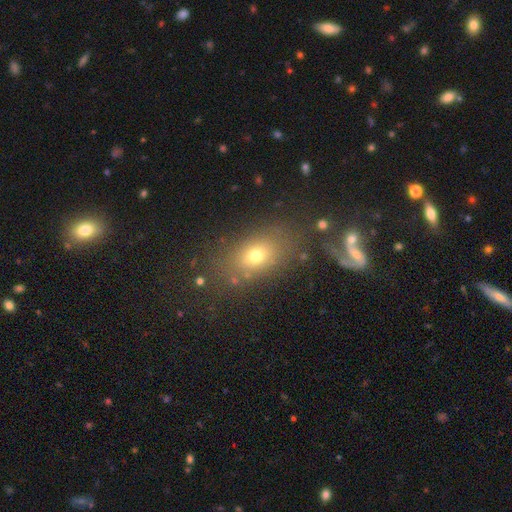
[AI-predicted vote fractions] Overall: smooth (64%). How rounded: in between (75%). Merging: none (72%).